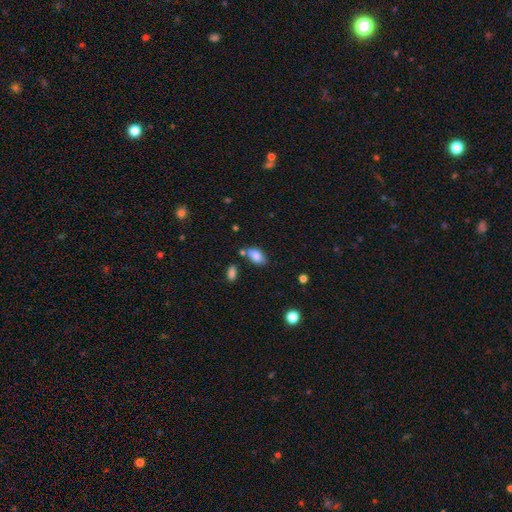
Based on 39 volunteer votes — A smooth galaxy with no disk features (87%) that is in between round and cigar-shaped (97%). Merging: none (61%).